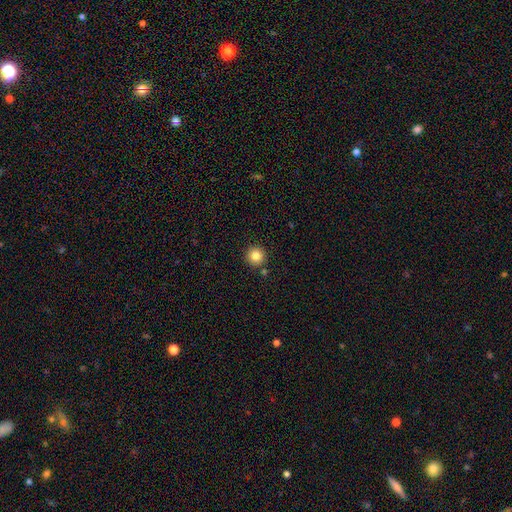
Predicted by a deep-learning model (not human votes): Smooth or featured? smooth (84%)
How rounded? round (96%)
Merging? none (88%)